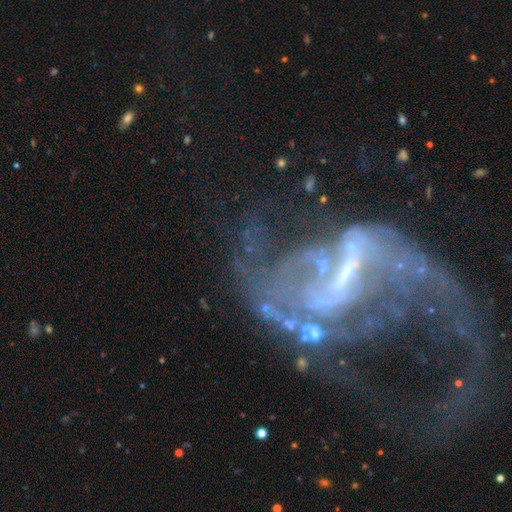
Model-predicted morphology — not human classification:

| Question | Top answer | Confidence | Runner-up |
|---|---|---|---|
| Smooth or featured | featured or disk | 82% | star or artifact (11%) |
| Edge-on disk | no | 96% | yes (4%) |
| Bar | strong | 46% | weak (35%) |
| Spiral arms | yes | 75% | no (25%) |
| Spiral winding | loose | 61% | medium (28%) |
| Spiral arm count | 2 | 62% | can't tell (15%) |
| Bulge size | small | 43% | none (33%) |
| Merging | major disturbance | 52% | none (25%) |